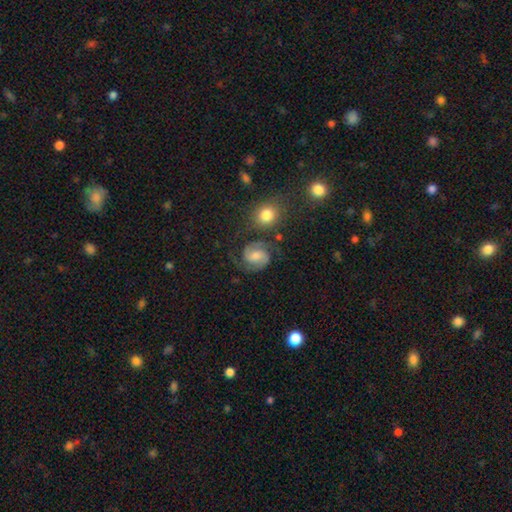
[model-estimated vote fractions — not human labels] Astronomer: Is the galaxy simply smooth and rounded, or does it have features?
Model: featured or disk — 78%.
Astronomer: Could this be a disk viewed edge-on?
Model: no — 98%.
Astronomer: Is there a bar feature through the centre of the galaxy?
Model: weak — 46% (runner-up: no, 40%).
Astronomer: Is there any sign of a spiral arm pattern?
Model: yes — 96%.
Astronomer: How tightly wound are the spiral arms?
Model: medium — 53% (runner-up: tight, 35%).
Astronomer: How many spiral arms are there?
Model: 2 — 92%.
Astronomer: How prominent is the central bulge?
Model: moderate — 49% (runner-up: small, 32%).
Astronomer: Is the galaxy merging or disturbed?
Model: none — 76%.